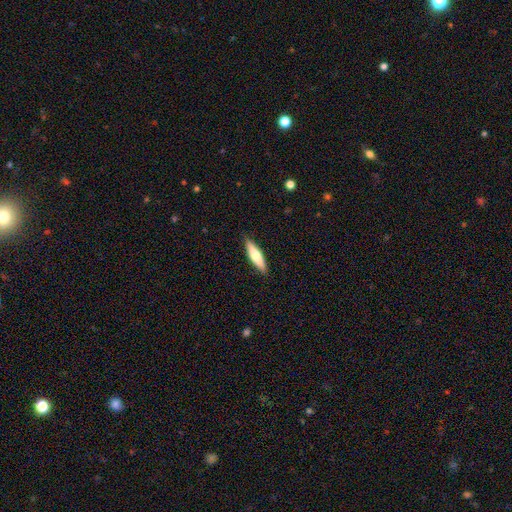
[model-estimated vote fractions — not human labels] Overall: smooth (65%; featured or disk 30%). How rounded: cigar-shaped (69%; in between 30%). Merging: none (88%).